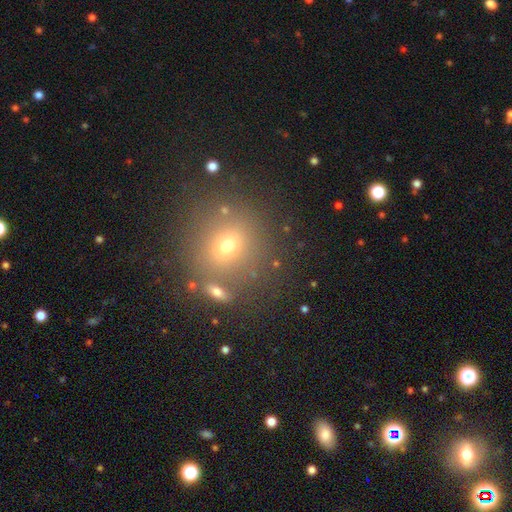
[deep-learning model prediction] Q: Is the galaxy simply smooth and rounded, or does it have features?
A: smooth — 53%.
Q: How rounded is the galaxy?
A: round — 86%.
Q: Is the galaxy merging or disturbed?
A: none — 81%.